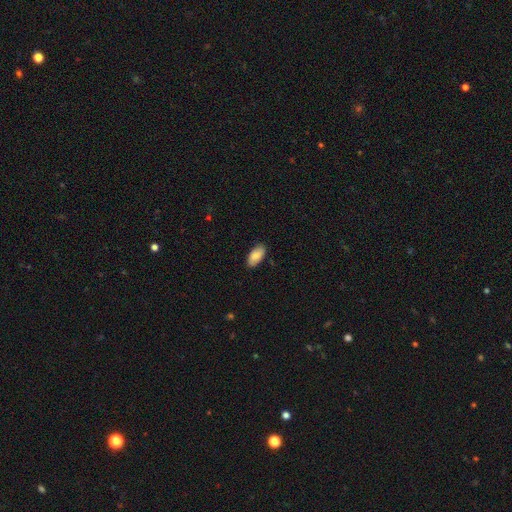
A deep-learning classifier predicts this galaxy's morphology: Smooth or featured: smooth — 86% (featured or disk — 7%)
How rounded: in between — 94% (cigar-shaped — 4%)
Merging: none — 87% (minor disturbance — 10%)